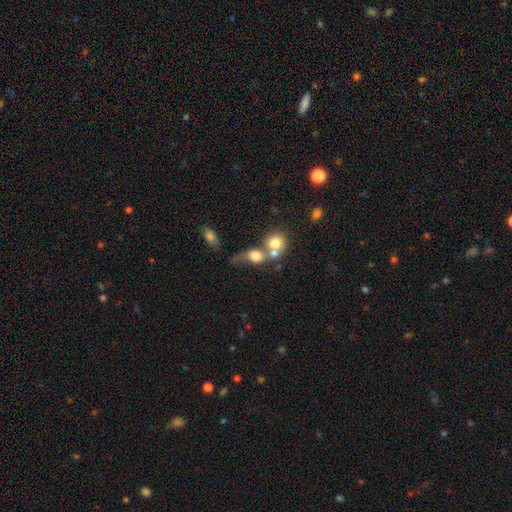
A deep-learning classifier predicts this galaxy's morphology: Smooth or featured?
  - smooth: 66% *
  - featured or disk: 22%
  - star or artifact: 12%
How rounded?
  - round: 58% *
  - in between: 39%
  - cigar-shaped: 3%
Merging?
  - merger: 59% *
  - none: 18%
  - major disturbance: 14%
  - minor disturbance: 9%